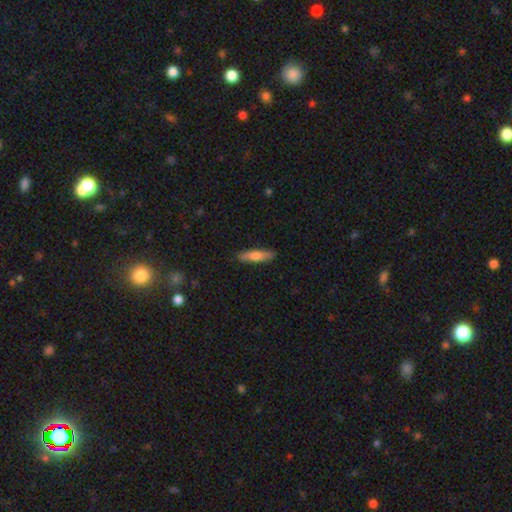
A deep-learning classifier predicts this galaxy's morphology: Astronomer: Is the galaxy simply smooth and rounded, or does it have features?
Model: smooth — 69%.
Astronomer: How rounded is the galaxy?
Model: cigar-shaped — 76%.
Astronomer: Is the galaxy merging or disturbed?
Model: none — 87%.